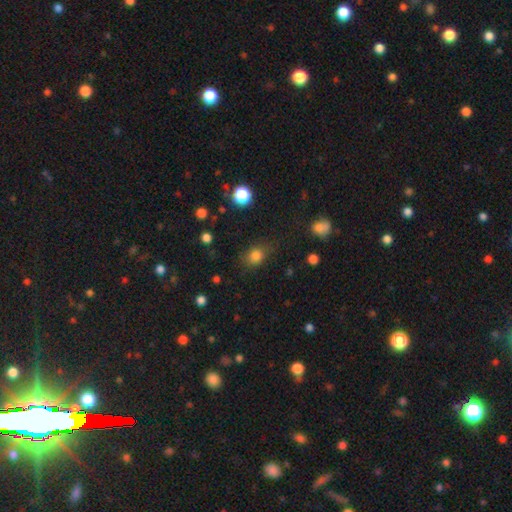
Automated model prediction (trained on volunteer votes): Smooth or featured: smooth — 81% (star or artifact — 13%)
How rounded: round — 56% (in between — 42%)
Merging: none — 70% (minor disturbance — 19%)